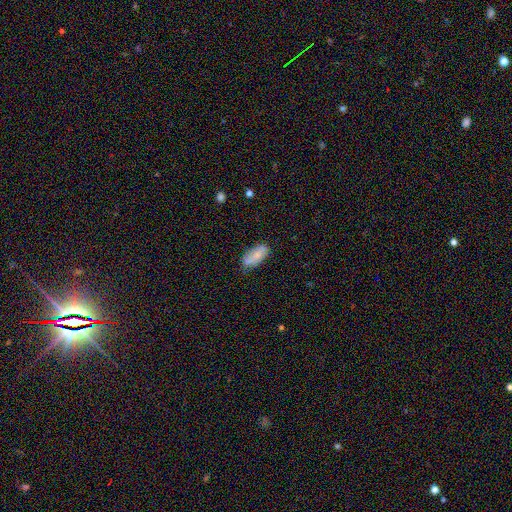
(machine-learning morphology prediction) The model was most divided on "merging": none: 69%, minor disturbance: 23%, major disturbance: 5%, merger: 4%. More confident: how rounded — in between (84%); smooth or featured — smooth (73%).